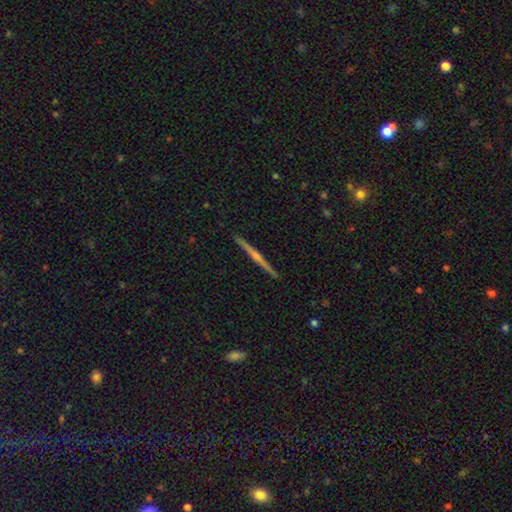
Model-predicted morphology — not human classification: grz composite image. It shows a featured or disk galaxy (64%) viewed edge-on (96%) with a rounded central bulge (51%). Merging: none (90%).